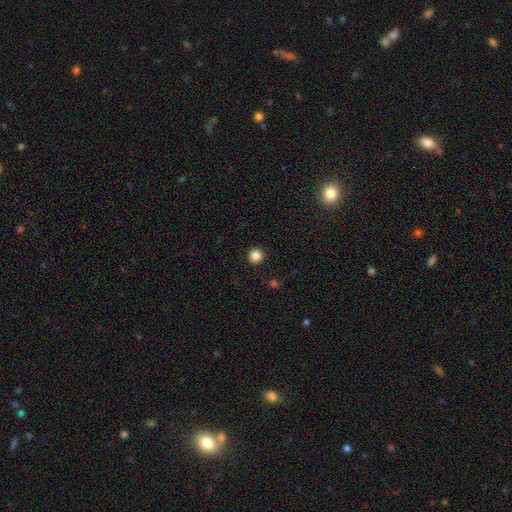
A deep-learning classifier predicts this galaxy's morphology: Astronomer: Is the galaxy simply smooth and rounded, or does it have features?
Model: smooth — 85%.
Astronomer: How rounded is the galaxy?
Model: round — 96%.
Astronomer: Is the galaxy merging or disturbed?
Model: none — 94%.